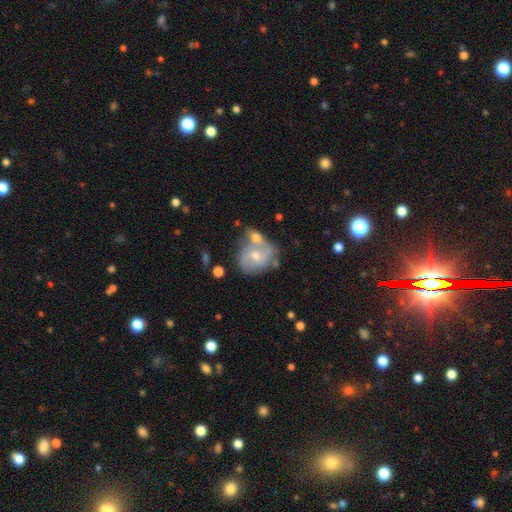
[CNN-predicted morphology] type=featured or disk (58%); edge-on=no (97%); bar=no (64%); spiral arms=yes (71%); bulge=moderate (56%); merging=none (40%).